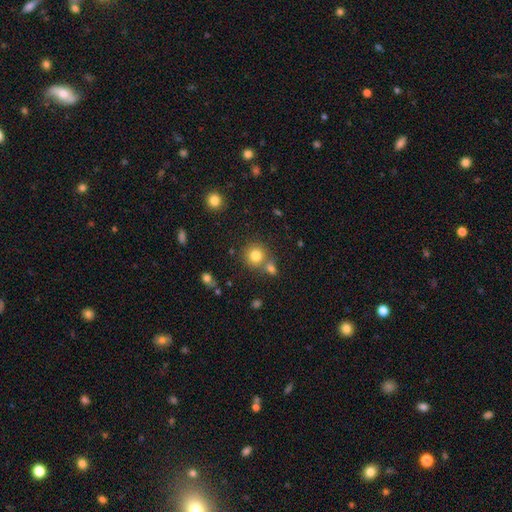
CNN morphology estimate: This is likely a smooth galaxy (80%). How rounded: clearly round (90%). Merging: likely none (68%).